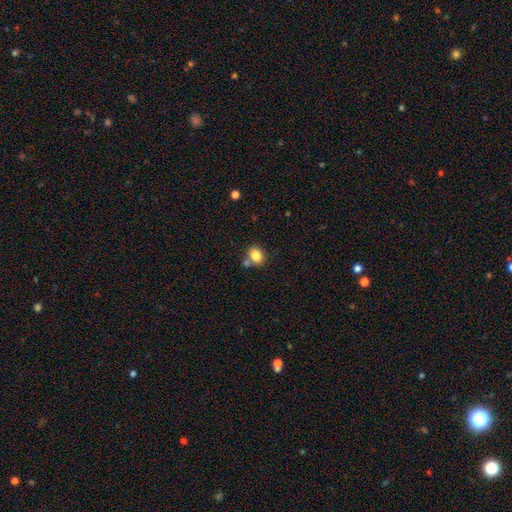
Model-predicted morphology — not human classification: type=smooth (84%); roundness=in between (53%); merging=none (64%).